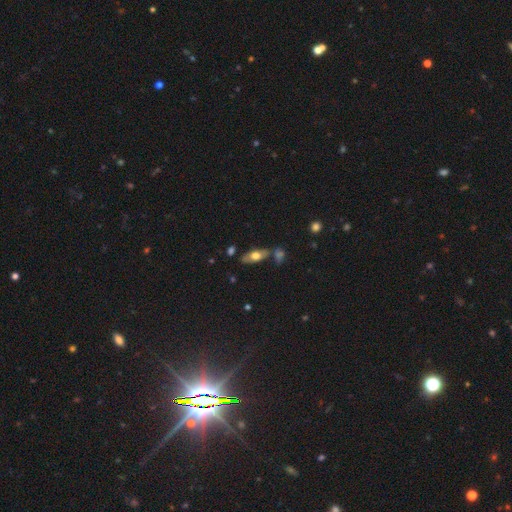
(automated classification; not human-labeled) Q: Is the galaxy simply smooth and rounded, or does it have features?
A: smooth — 55%.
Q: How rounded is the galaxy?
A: in between — 77%.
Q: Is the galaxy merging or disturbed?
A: none — 71%.